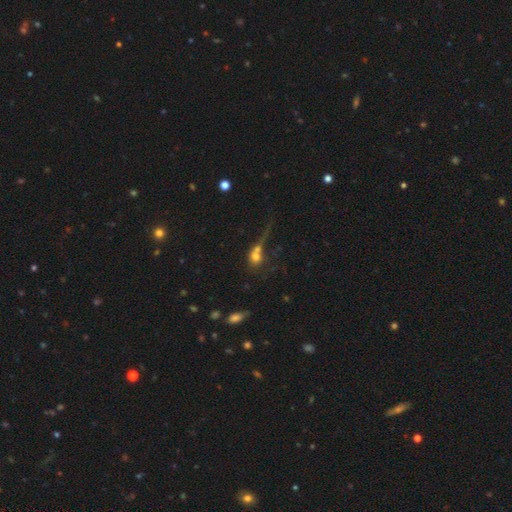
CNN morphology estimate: Smooth or featured? Predicted: smooth (p=0.65). How rounded? Predicted: round (p=0.60). Merging? Predicted: merger (p=0.53).